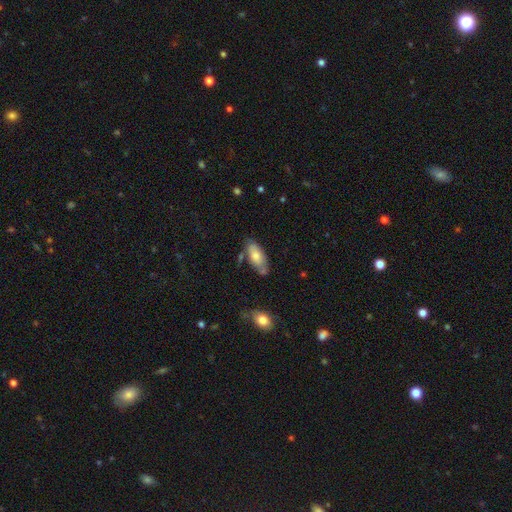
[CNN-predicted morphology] type=smooth (71%); roundness=in between (81%); merging=none (65%).